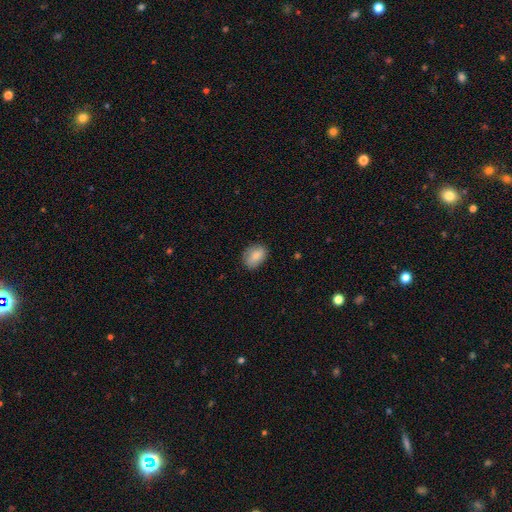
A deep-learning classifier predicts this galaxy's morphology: Smooth or featured?
  - smooth: 83% *
  - featured or disk: 10%
  - star or artifact: 7%
How rounded?
  - in between: 80% *
  - round: 19%
  - cigar-shaped: 1%
Merging?
  - none: 79% *
  - minor disturbance: 17%
  - major disturbance: 3%
  - merger: 1%